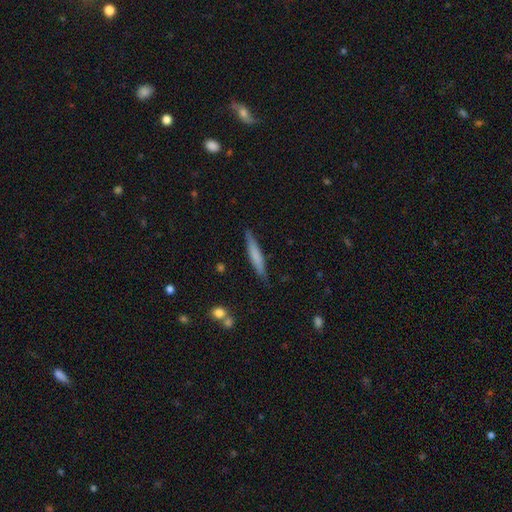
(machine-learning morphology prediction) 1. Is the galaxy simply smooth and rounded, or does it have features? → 65% smooth, 30% featured or disk, 6% star or artifact.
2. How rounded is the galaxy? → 94% cigar-shaped, 5% in between, 1% round.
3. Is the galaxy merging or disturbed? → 86% none, 11% minor disturbance, 2% major disturbance, 2% merger.